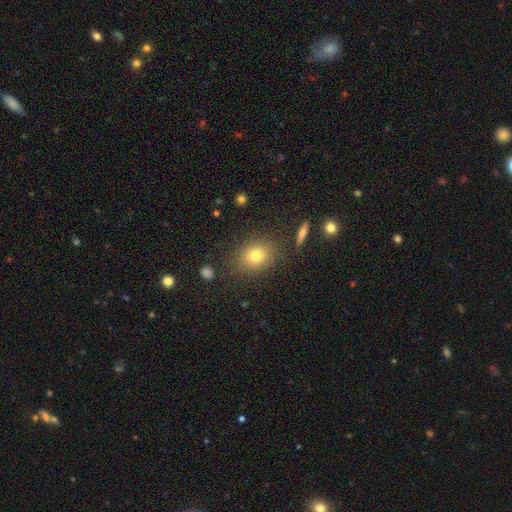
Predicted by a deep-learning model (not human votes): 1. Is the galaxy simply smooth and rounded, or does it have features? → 77% smooth, 12% star or artifact, 10% featured or disk.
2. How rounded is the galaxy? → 56% round, 42% in between, 1% cigar-shaped.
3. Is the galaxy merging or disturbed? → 84% none, 10% minor disturbance, 4% major disturbance, 2% merger.